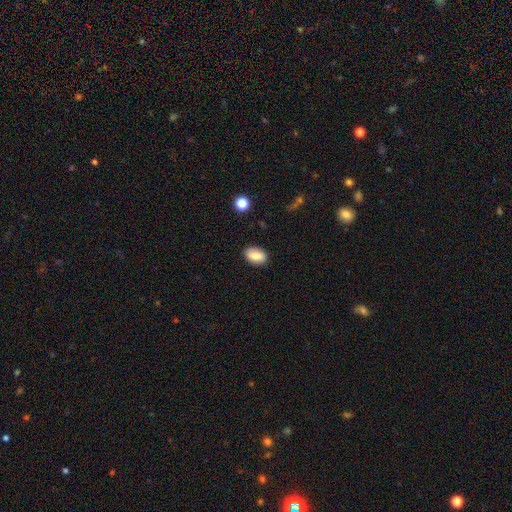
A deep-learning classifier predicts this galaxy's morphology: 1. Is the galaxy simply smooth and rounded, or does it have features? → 80% smooth, 12% featured or disk, 8% star or artifact.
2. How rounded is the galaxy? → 88% in between, 10% round, 2% cigar-shaped.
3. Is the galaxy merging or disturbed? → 87% none, 10% minor disturbance, 2% major disturbance, 1% merger.